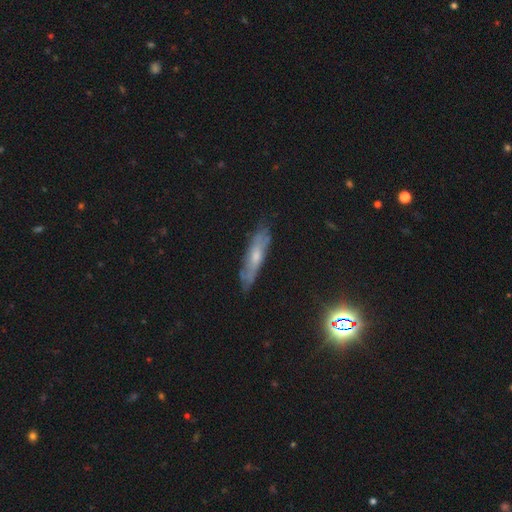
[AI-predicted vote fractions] Smooth or featured? featured or disk (53%)
Edge-on disk? yes (55%)
Merging? none (78%)